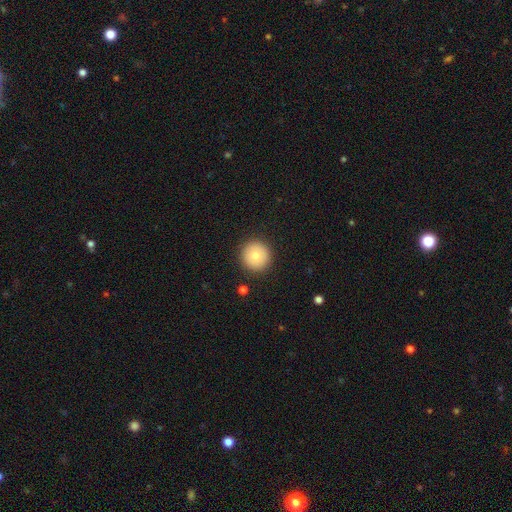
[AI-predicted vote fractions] Smooth or featured? smooth (77%)
How rounded? round (96%)
Merging? none (91%)